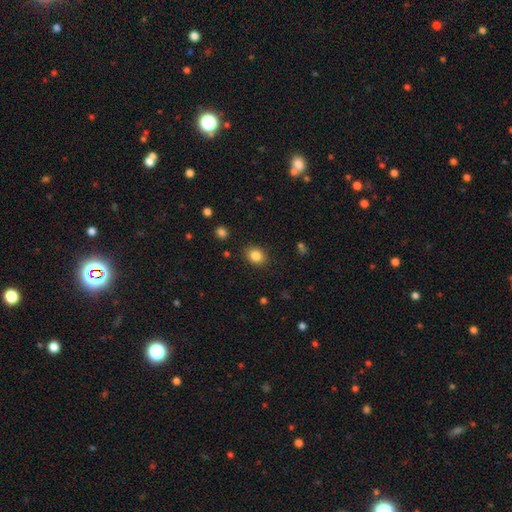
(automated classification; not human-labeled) A smooth galaxy with no disk features (84%) that is round (52%). Merging: none (87%).